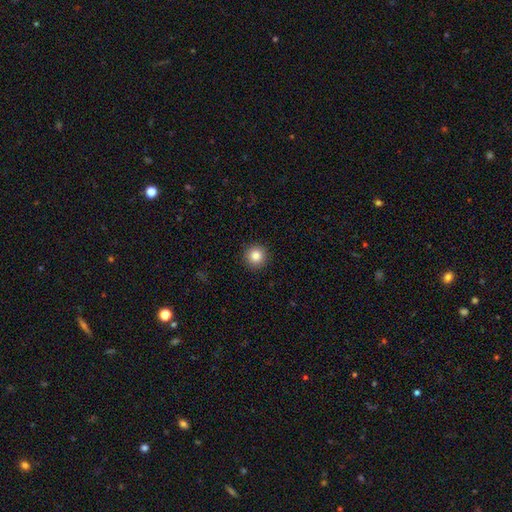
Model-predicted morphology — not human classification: The model was most divided on "smooth or featured": smooth: 85%, star or artifact: 10%, featured or disk: 5%. More confident: how rounded — round (95%); merging — none (92%).